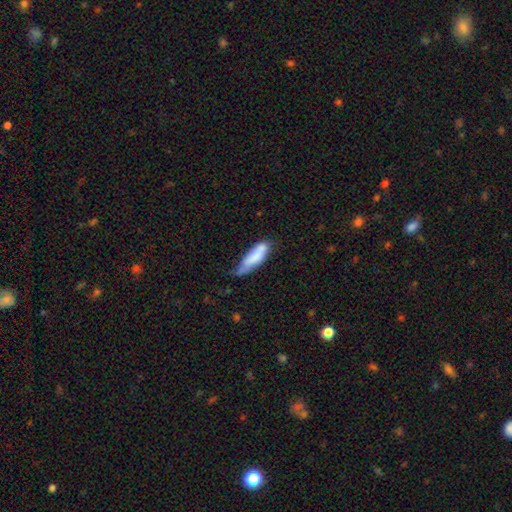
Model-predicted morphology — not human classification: Q: Smooth or featured?
A: smooth (71%); runner-up: featured or disk (22%)
Q: How rounded?
A: cigar-shaped (53%); runner-up: in between (45%)
Q: Merging?
A: minor disturbance (40%); runner-up: none (30%)